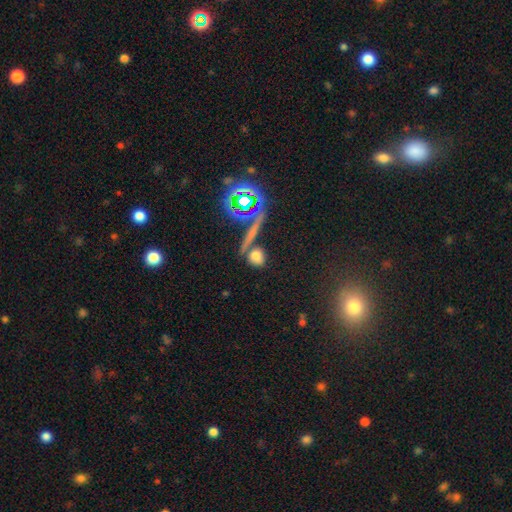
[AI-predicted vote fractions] smooth 69%, star or artifact 19%, featured or disk 12%. Down the decision tree: how rounded — round (70%); merging — none (64%).